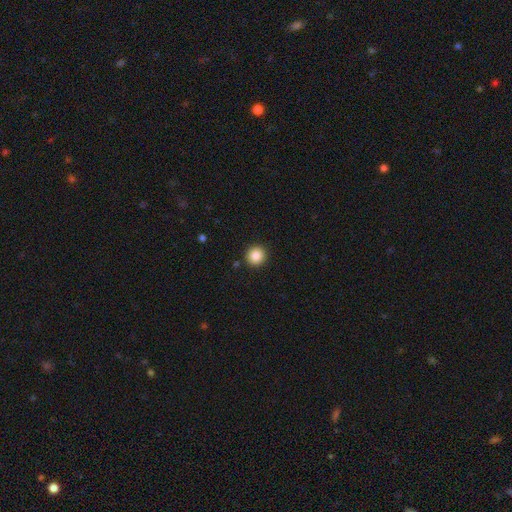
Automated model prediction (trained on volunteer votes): smooth_or_featured: smooth (p=0.86) [alt: star or artifact p=0.10]
how_rounded: round (p=0.94) [alt: in between p=0.05]
merging: none (p=0.91) [alt: minor disturbance p=0.06]